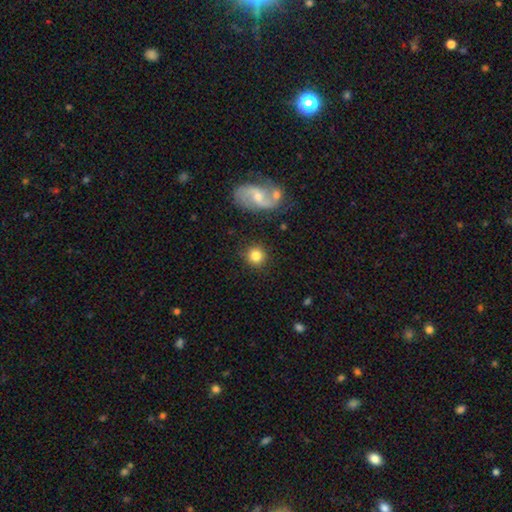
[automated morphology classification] Smooth or featured: smooth — 80% (featured or disk — 12%)
How rounded: round — 92% (in between — 7%)
Merging: none — 86% (minor disturbance — 8%)